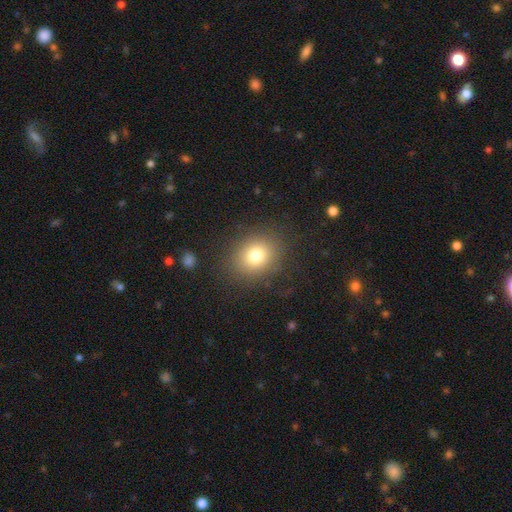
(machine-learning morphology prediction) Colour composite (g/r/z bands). It shows a smooth galaxy with no disk features (77%) that is round (63%). Merging: none (84%).